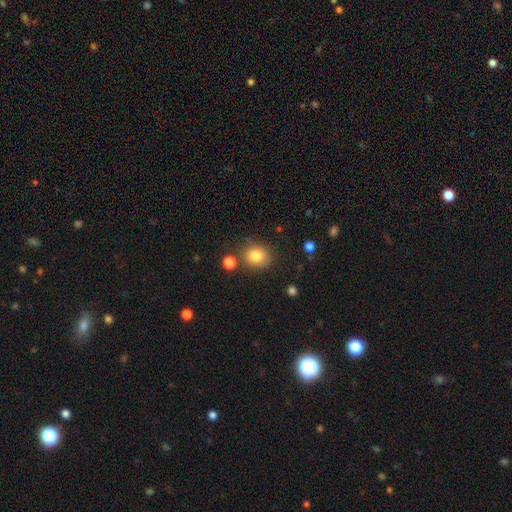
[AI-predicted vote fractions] smooth-or-featured: smooth: 82% | star or artifact: 11% | featured or disk: 7%
  how-rounded: round: 74% | in between: 25% | cigar-shaped: 1%
  merging: none: 76% | minor disturbance: 13% | merger: 7% | major disturbance: 4%